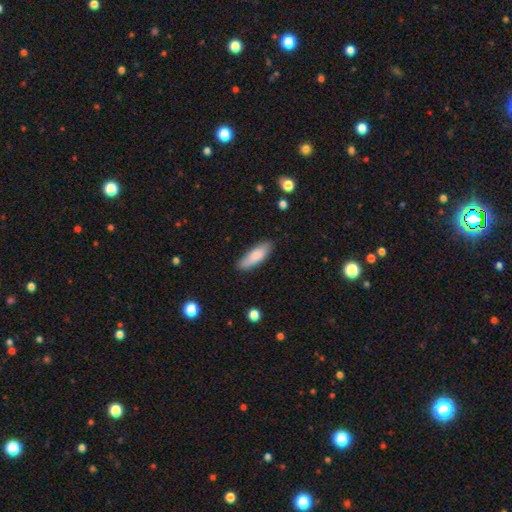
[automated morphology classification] Q: Smooth or featured?
A: smooth (83%); runner-up: featured or disk (12%)
Q: How rounded?
A: in between (54%); runner-up: cigar-shaped (44%)
Q: Merging?
A: none (83%); runner-up: minor disturbance (13%)